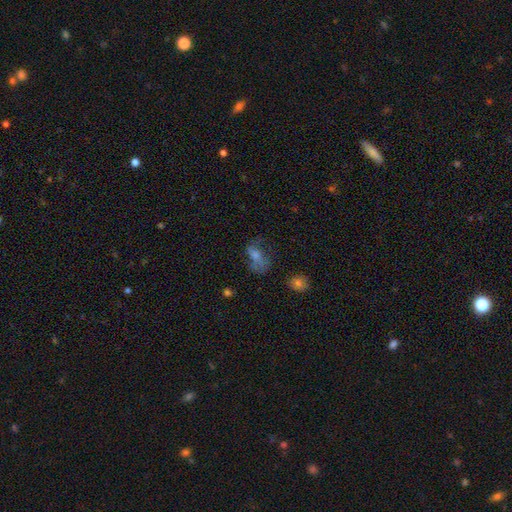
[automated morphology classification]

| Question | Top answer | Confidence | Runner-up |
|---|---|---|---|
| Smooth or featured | smooth | 42% | featured or disk (35%) |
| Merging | none | 44% | major disturbance (28%) |